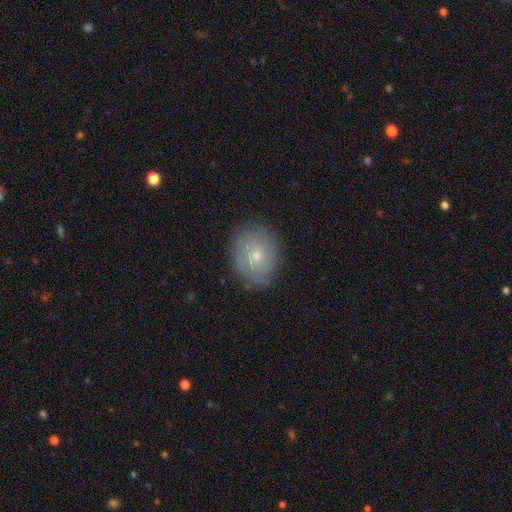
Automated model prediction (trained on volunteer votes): smooth-or-featured: smooth: 61% | featured or disk: 29% | star or artifact: 10%
  how-rounded: round: 50% | in between: 49% | cigar-shaped: 1%
  merging: none: 85% | minor disturbance: 12% | major disturbance: 3% | merger: 1%